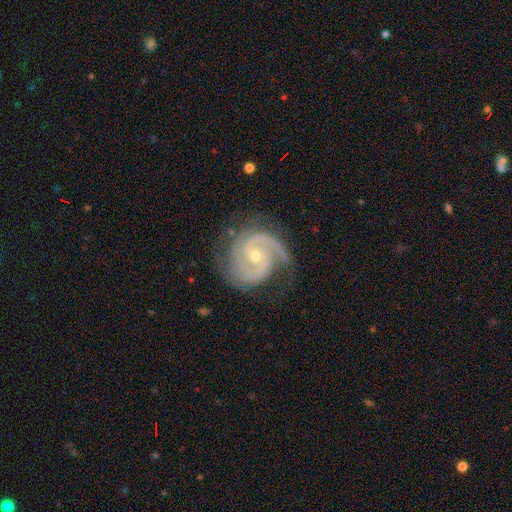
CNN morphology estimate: featured or disk 93%, star or artifact 4%, smooth 3%. Down the decision tree: edge-on disk — no (98%); bar — no (65%); spiral arms — yes (99%); spiral arm count — 2 (72%); spiral winding — tight (55%); bulge size — small (60%); merging — none (73%).